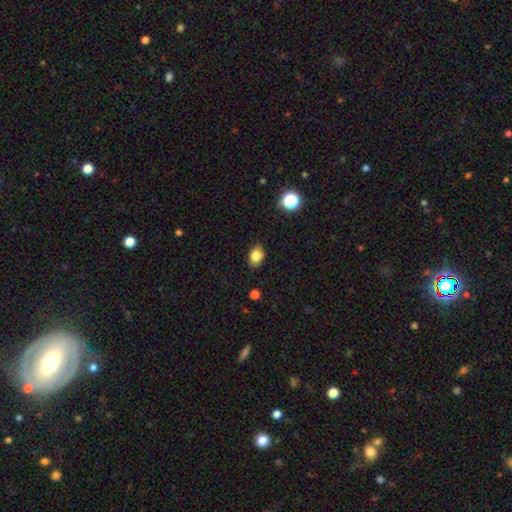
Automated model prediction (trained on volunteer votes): smooth_or_featured: smooth (p=0.82) [alt: star or artifact p=0.10]
how_rounded: in between (p=0.77) [alt: round p=0.22]
merging: none (p=0.82) [alt: minor disturbance p=0.14]